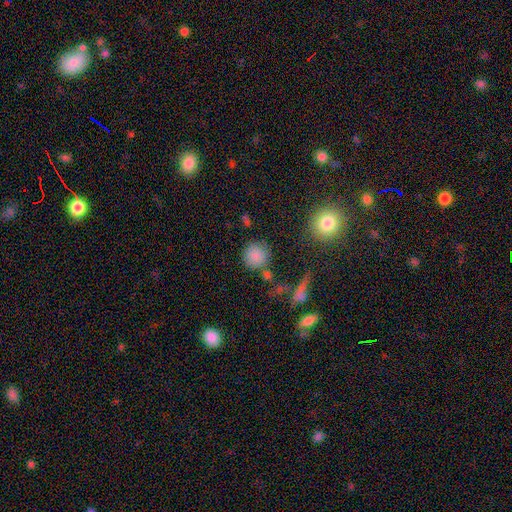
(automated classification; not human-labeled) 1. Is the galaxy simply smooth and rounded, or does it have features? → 82% smooth, 12% star or artifact, 6% featured or disk.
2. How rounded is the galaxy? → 92% round, 7% in between, 1% cigar-shaped.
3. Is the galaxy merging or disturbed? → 77% none, 11% minor disturbance, 7% merger, 5% major disturbance.